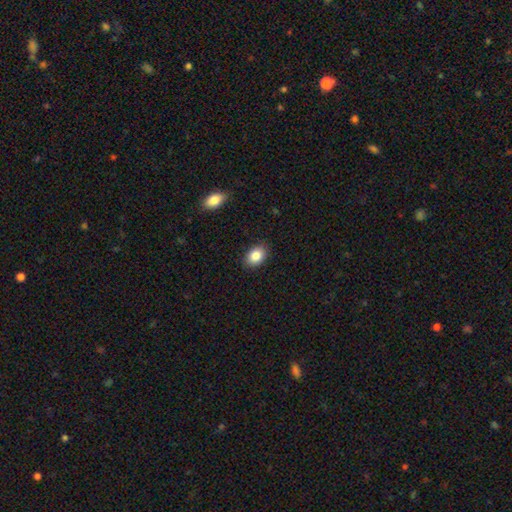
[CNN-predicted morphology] The model was most divided on "how rounded": in between: 75%, round: 24%, cigar-shaped: 1%. More confident: merging — none (88%); smooth or featured — smooth (85%).